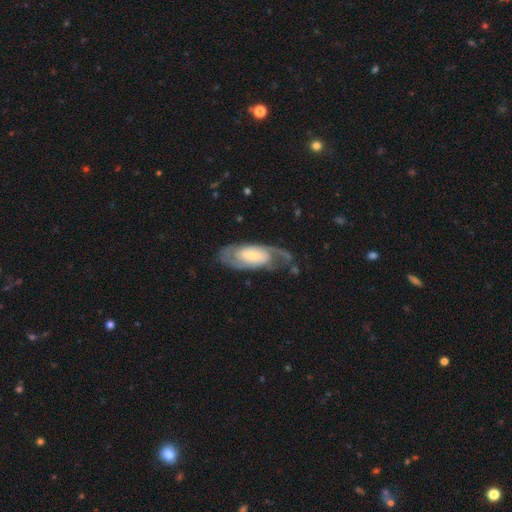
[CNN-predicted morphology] This appears to be a featured or disk galaxy (81%) with no bar (51%), 2 (70%) tight (45%) spiral arms (93%) and a small central bulge (50%). Merging: none (64%).